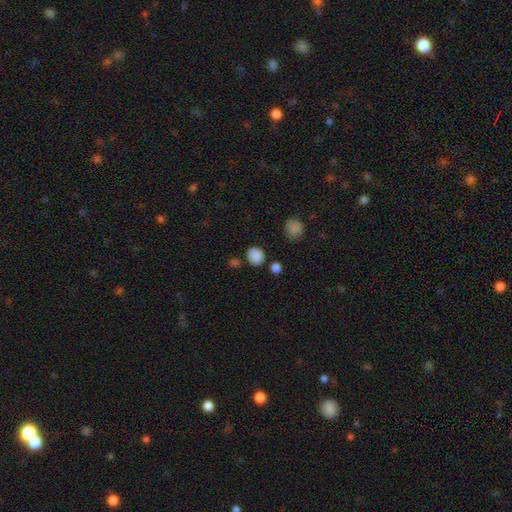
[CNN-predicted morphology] Smooth or featured: smooth — 84% (star or artifact — 12%)
How rounded: round — 81% (in between — 18%)
Merging: none — 81% (minor disturbance — 10%)